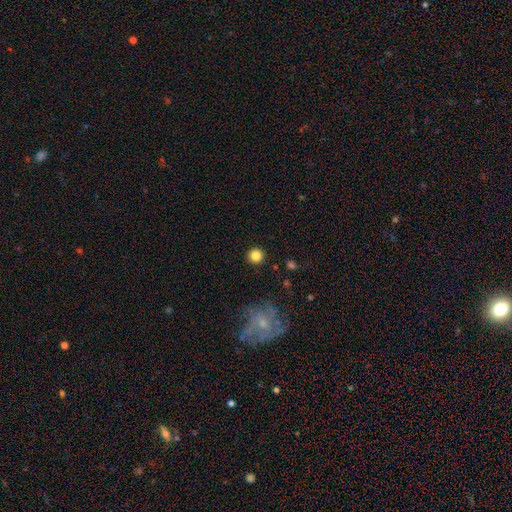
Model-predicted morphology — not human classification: type=smooth (84%); roundness=round (95%); merging=none (91%).